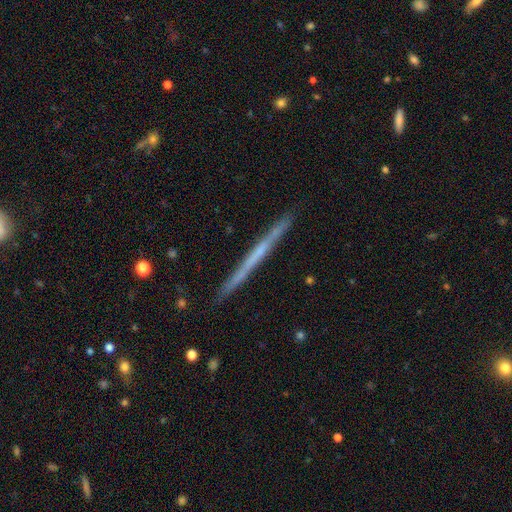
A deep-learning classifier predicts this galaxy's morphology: Overall: featured or disk (60%; smooth 34%). Edge-on disk: yes (98%). Edge-on bulge: none (86%). Merging: none (91%).